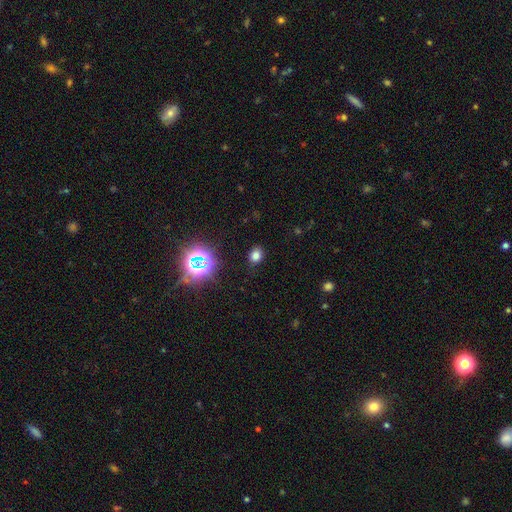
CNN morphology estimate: Smooth or featured: smooth — 71% (star or artifact — 22%)
How rounded: in between — 52% (round — 47%)
Merging: none — 85% (minor disturbance — 10%)